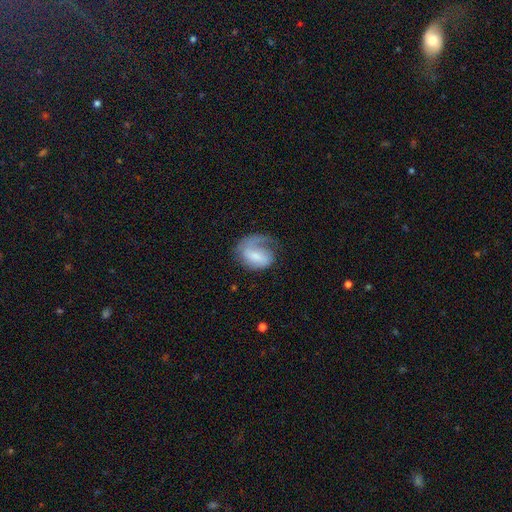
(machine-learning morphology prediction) Smooth or featured?
  - featured or disk: 53% *
  - smooth: 40%
  - star or artifact: 7%
Edge-on disk?
  - no: 97% *
  - yes: 3%
Bar?
  - weak: 42% *
  - no: 39%
  - strong: 19%
Spiral arms?
  - yes: 79% *
  - no: 21%
Bulge size?
  - small: 37% *
  - moderate: 28%
  - none: 25%
  - large: 8%
  - dominant: 2%
Merging?
  - none: 37% * (tied)
  - major disturbance: 37% * (tied)
  - minor disturbance: 23%
  - merger: 2%